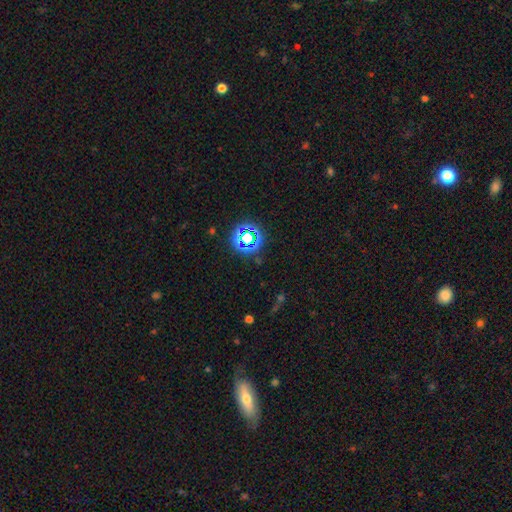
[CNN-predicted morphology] Smooth or featured? Predicted: star or artifact (p=0.68).